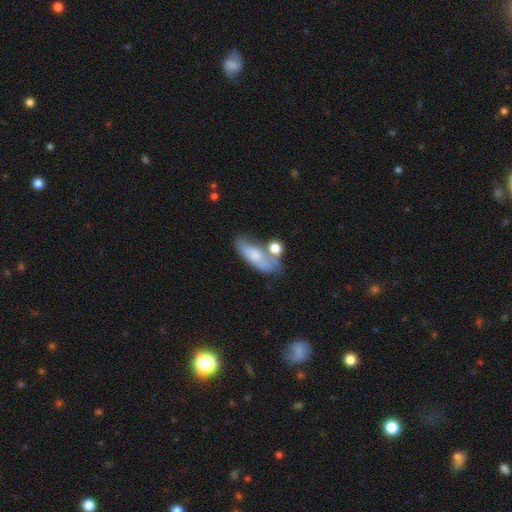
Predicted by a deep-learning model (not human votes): This appears to be a smooth galaxy with no disk features (66%) that is in between round and cigar-shaped (70%). Merging: none (39%).